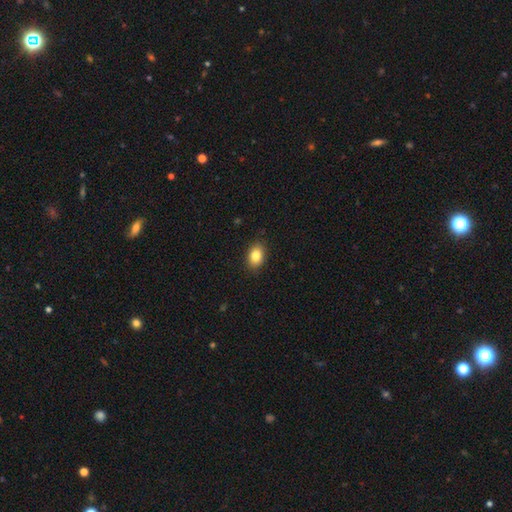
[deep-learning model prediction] A smooth galaxy with no disk features (85%) that is in between round and cigar-shaped (81%). Merging: none (88%).